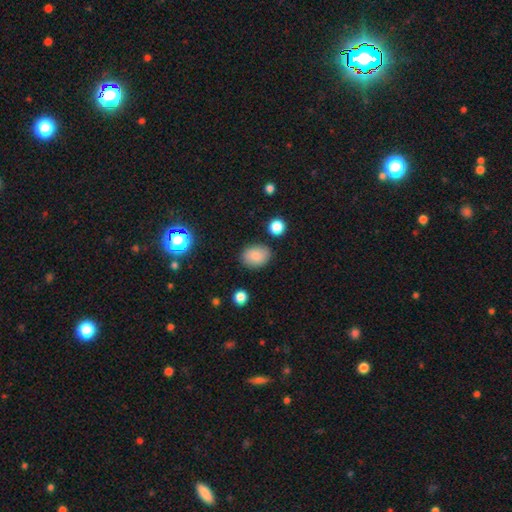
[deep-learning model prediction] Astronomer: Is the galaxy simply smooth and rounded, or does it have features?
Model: smooth — 82%.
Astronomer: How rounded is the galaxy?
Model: in between — 70%.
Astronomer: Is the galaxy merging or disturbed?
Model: none — 83%.